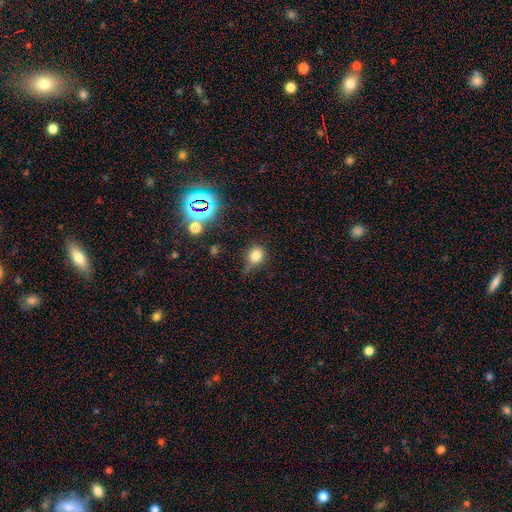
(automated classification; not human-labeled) This appears to be a smooth galaxy with no disk features (76%) that is round (57%). Merging: none (54%).